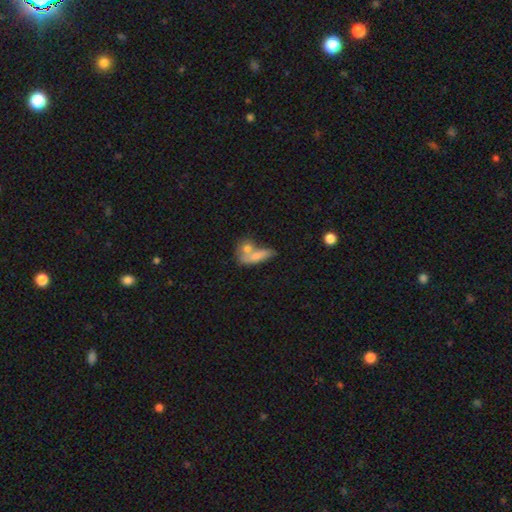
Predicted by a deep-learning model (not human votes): smooth 74%, featured or disk 18%, star or artifact 8%. Down the decision tree: how rounded — in between (58%); merging — merger (46%).